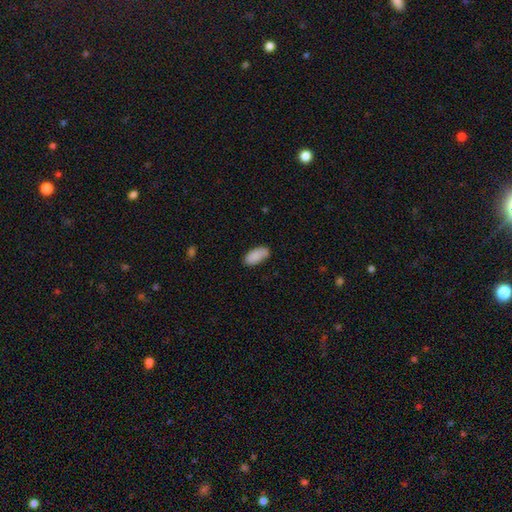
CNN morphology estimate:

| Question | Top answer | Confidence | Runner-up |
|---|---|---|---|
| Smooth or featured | smooth | 88% | star or artifact (7%) |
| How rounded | in between | 91% | cigar-shaped (7%) |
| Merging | none | 77% | minor disturbance (18%) |